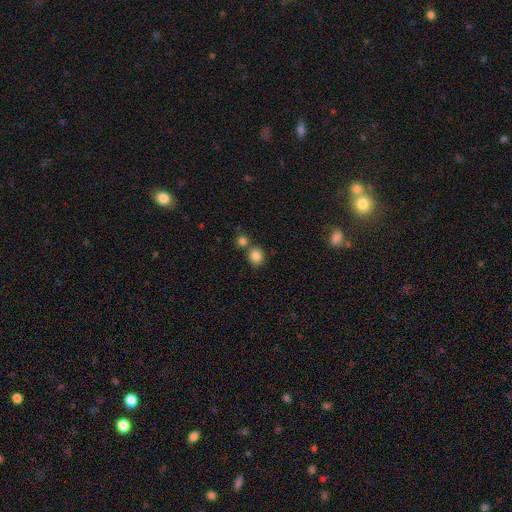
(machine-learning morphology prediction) The model was most divided on "merging": none: 62%, merger: 26%, minor disturbance: 10%, major disturbance: 3%. More confident: smooth or featured — smooth (84%); how rounded — round (76%).